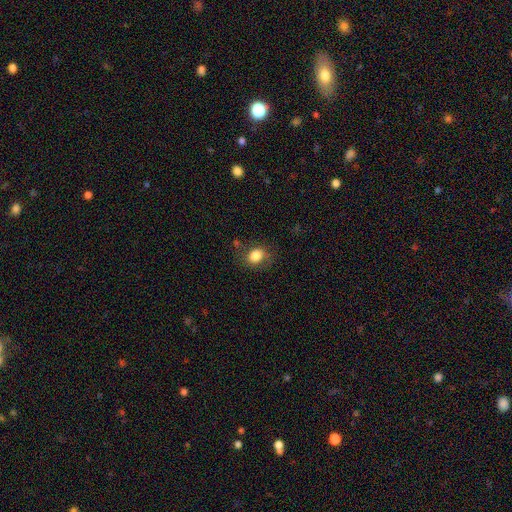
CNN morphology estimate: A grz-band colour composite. It shows a smooth galaxy with no disk features (82%) that is in between round and cigar-shaped (50%). Merging: none (72%).